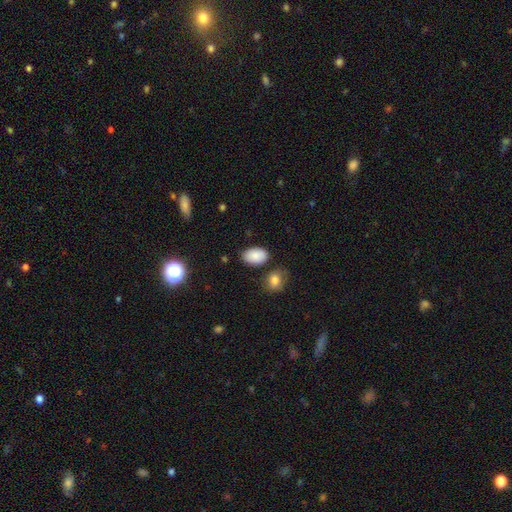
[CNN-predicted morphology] Smooth or featured?
  - smooth: 87% *
  - star or artifact: 8%
  - featured or disk: 6%
How rounded?
  - in between: 92% *
  - round: 7%
  - cigar-shaped: 1%
Merging?
  - none: 78% *
  - minor disturbance: 14%
  - merger: 5%
  - major disturbance: 3%